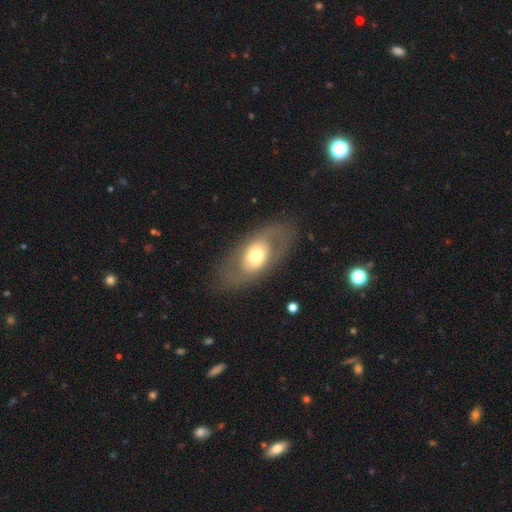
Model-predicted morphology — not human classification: This appears to be a featured or disk galaxy (49%). Merging: none (77%).